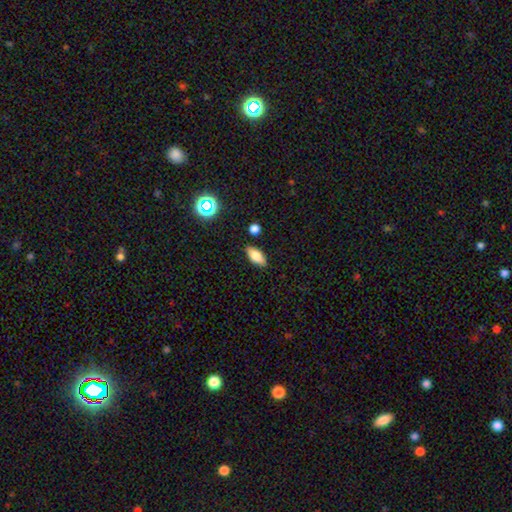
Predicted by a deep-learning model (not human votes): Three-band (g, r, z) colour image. It shows a smooth galaxy with no disk features (76%) that is in between round and cigar-shaped (83%). Merging: none (86%).